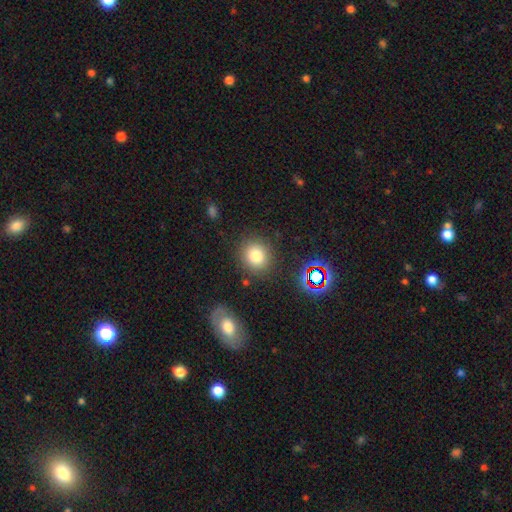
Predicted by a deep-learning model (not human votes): This is likely a smooth galaxy (79%). How rounded: clearly round (84%). Merging: clearly none (85%).